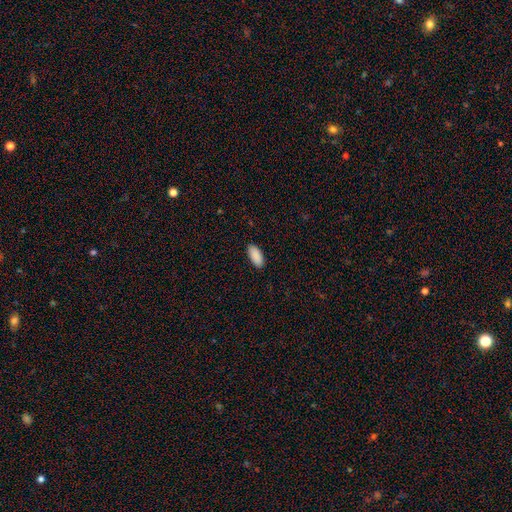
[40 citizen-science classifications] Smooth or featured? 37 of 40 (92%) said smooth. How rounded? 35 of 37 (95%) said in between. Merging? 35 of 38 (92%) said none.